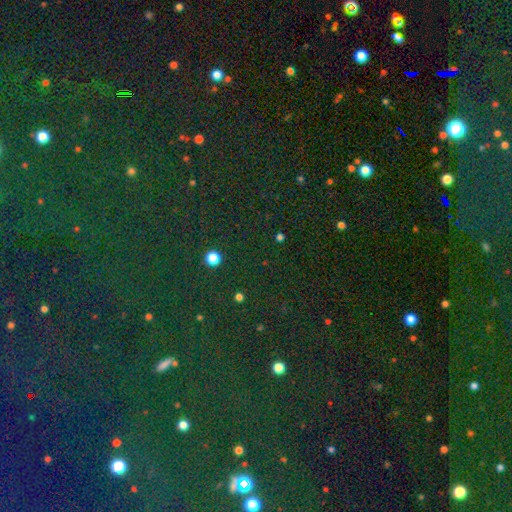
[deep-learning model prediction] Smooth or featured?
  - star or artifact: 80% *
  - smooth: 12%
  - featured or disk: 8%